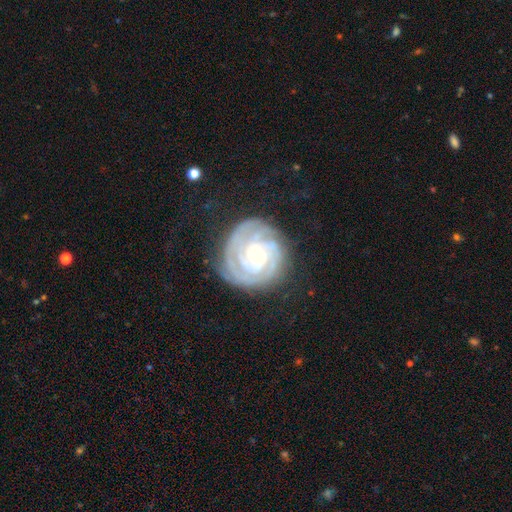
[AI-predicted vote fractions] Smooth or featured: featured or disk — 87% (smooth — 8%)
Edge-on disk: no — 98% (yes — 2%)
Bar: no — 69% (weak — 23%)
Spiral arms: yes — 98% (no — 2%)
Spiral winding: tight — 82% (medium — 15%)
Spiral arm count: 3 — 29% (2 — 22%)
Bulge size: small — 77% (moderate — 16%)
Merging: none — 76% (minor disturbance — 16%)